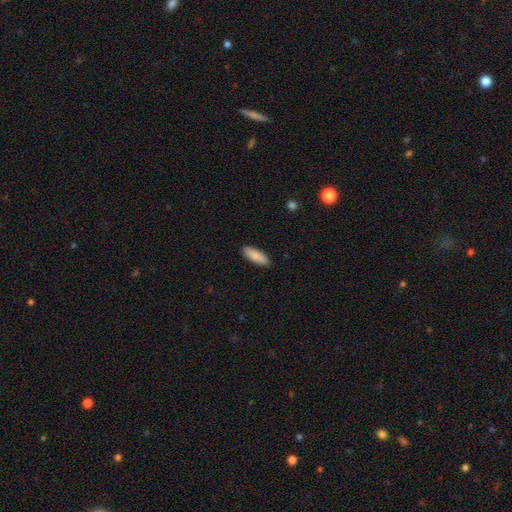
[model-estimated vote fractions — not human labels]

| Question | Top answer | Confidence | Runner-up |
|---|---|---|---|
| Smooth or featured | smooth | 88% | featured or disk (6%) |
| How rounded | in between | 63% | cigar-shaped (35%) |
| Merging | none | 90% | minor disturbance (7%) |